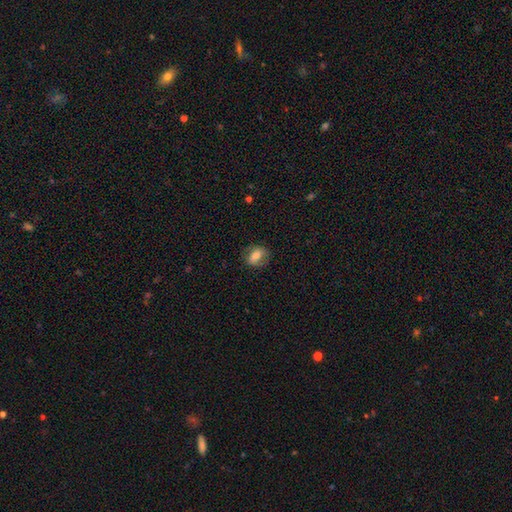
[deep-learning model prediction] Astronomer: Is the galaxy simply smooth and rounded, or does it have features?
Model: smooth — 67%.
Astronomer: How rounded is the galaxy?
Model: in between — 64%.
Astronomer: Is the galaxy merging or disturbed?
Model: none — 77%.